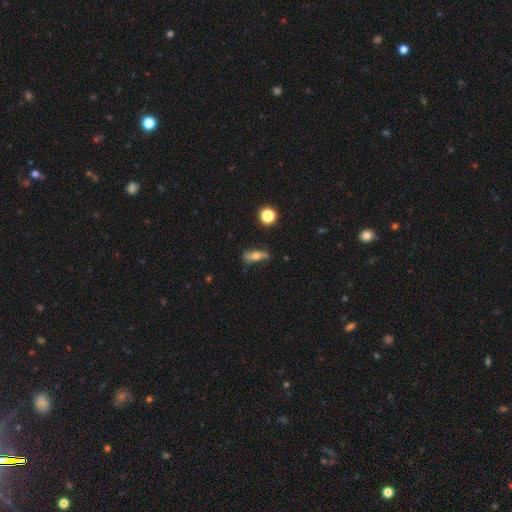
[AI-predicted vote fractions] Smooth or featured? Predicted: smooth (p=0.48). Merging? Predicted: none (p=0.68).